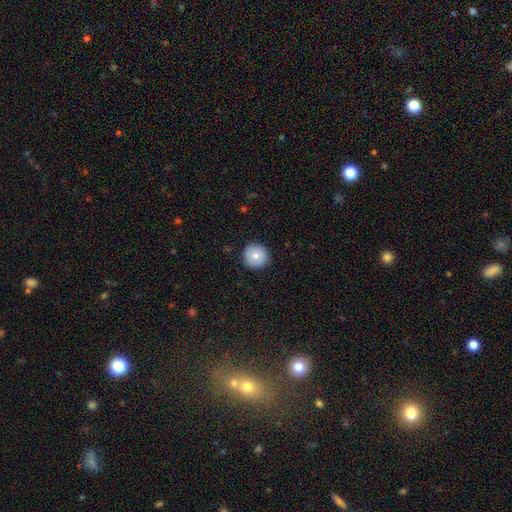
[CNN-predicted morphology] smooth-or-featured: smooth: 78% | featured or disk: 14% | star or artifact: 8%
  how-rounded: round: 96% | in between: 3% | cigar-shaped: 1%
  merging: none: 91% | minor disturbance: 6% | major disturbance: 2% | merger: 1%